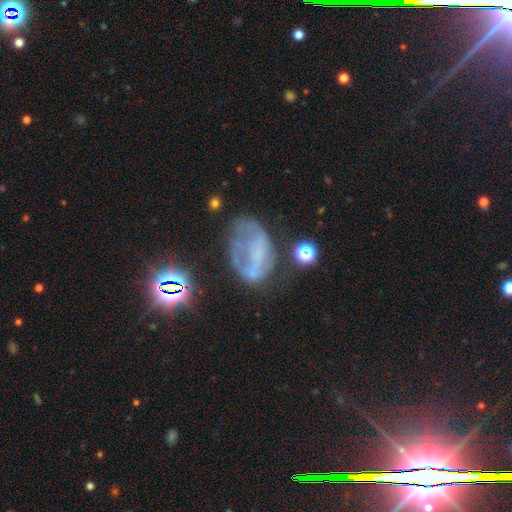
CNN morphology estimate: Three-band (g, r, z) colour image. It shows a featured or disk galaxy (49%). Merging: none (39%).